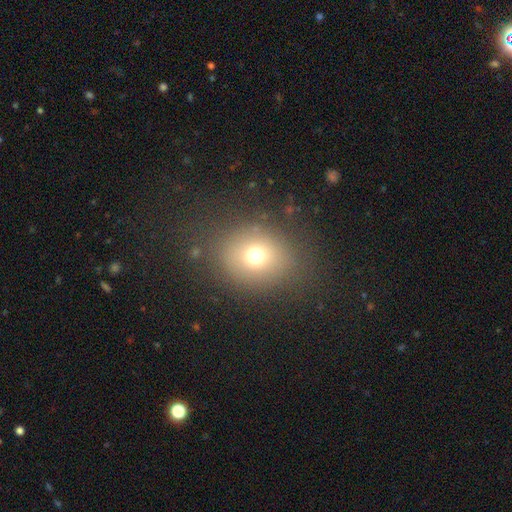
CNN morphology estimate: smooth-or-featured: smooth: 69% | star or artifact: 18% | featured or disk: 13%
  how-rounded: round: 73% | in between: 26% | cigar-shaped: 1%
  merging: none: 81% | minor disturbance: 10% | major disturbance: 7% | merger: 2%